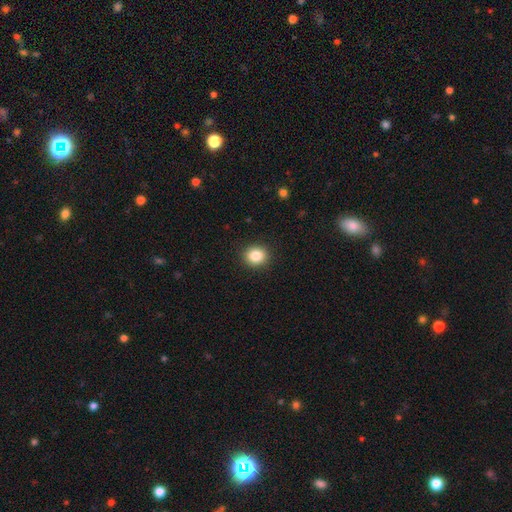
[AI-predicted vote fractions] Smooth or featured: smooth — 85% (star or artifact — 10%)
How rounded: round — 75% (in between — 24%)
Merging: none — 91% (minor disturbance — 6%)